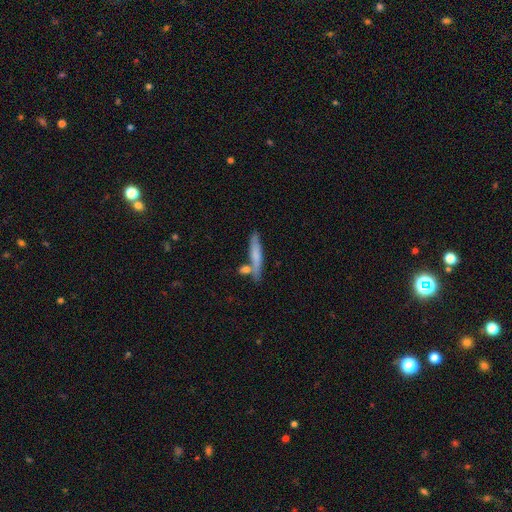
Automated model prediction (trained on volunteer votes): A smooth galaxy with no disk features (63%) that is cigar-shaped (89%).

Vote fractions:
- Smooth or featured? smooth: 63% / featured or disk: 30% / star or artifact: 7%
- How rounded? cigar-shaped: 89% / in between: 9% / round: 2%
- Merging? none: 70% / minor disturbance: 14% / merger: 13% / major disturbance: 4%